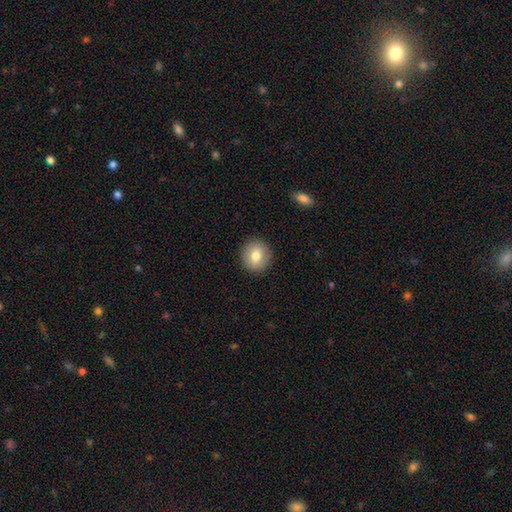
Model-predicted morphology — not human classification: A smooth galaxy with no disk features (76%) that is round (85%). Merging: none (90%).